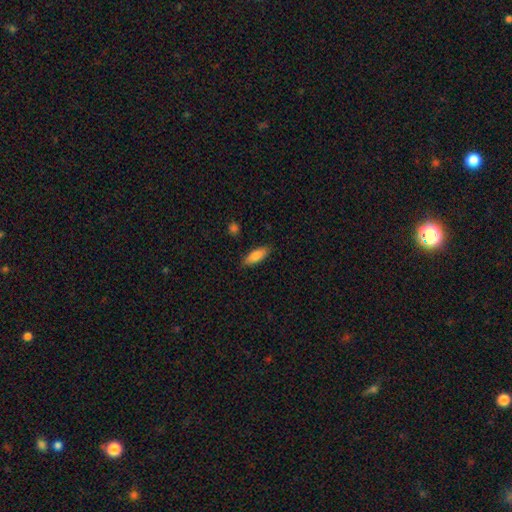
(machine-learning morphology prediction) Smooth or featured? Predicted: smooth (p=0.83). How rounded? Predicted: in between (p=0.67). Merging? Predicted: none (p=0.85).